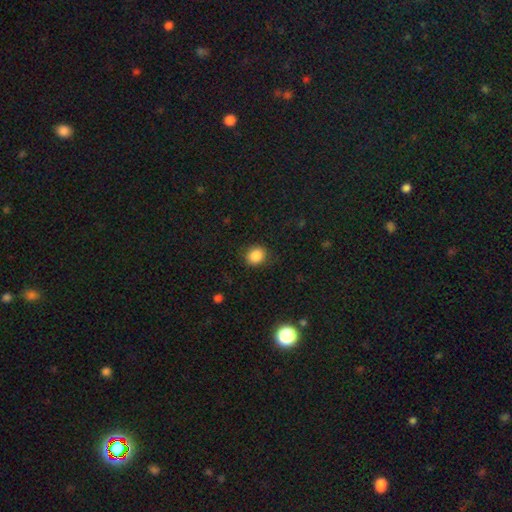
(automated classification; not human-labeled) Q: Smooth or featured?
A: smooth (87%); runner-up: star or artifact (9%)
Q: How rounded?
A: round (70%); runner-up: in between (30%)
Q: Merging?
A: none (85%); runner-up: minor disturbance (10%)